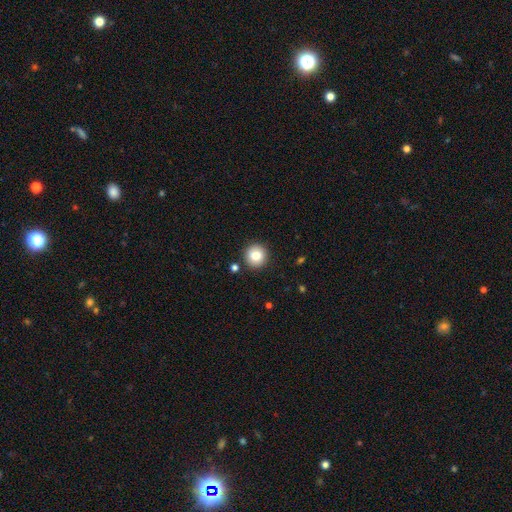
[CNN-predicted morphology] smooth_or_featured: smooth (p=0.80) [alt: star or artifact p=0.10]
how_rounded: round (p=0.95) [alt: in between p=0.04]
merging: none (p=0.90) [alt: minor disturbance p=0.06]